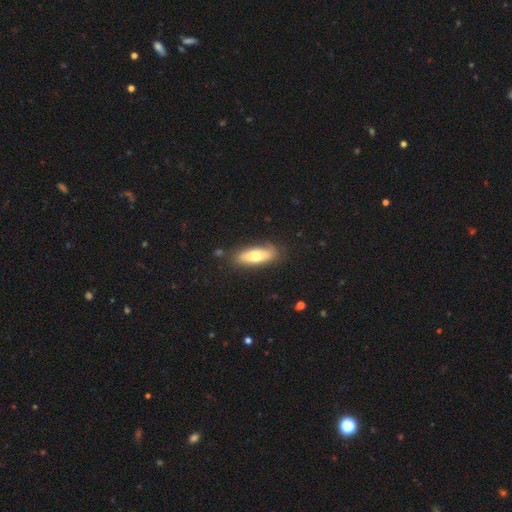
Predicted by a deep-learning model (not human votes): Smooth or featured? smooth (66%)
How rounded? in between (60%)
Merging? none (80%)